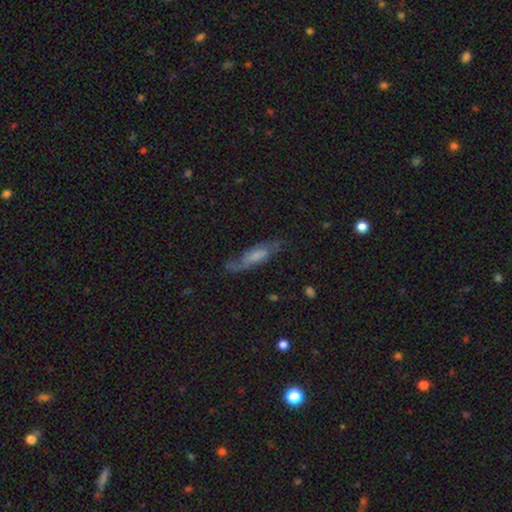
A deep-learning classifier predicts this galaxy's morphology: smooth-or-featured: featured or disk: 50% | smooth: 41% | star or artifact: 8%
  disk-edge-on: no: 69% | yes: 31%
  merging: none: 65% | minor disturbance: 22% | major disturbance: 10% | merger: 2%